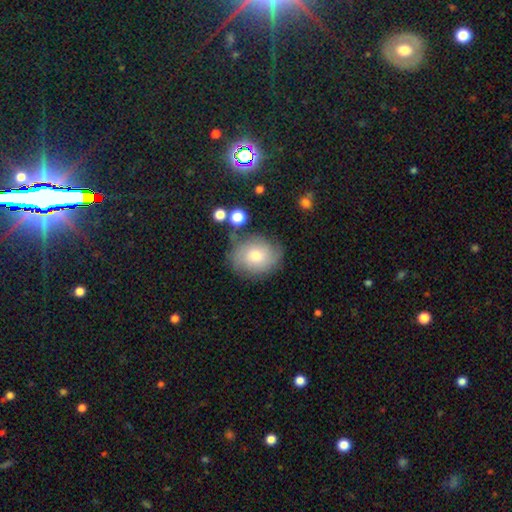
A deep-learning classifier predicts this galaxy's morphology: This appears to be a smooth galaxy with no disk features (51%) that is round (57%). Merging: none (72%).